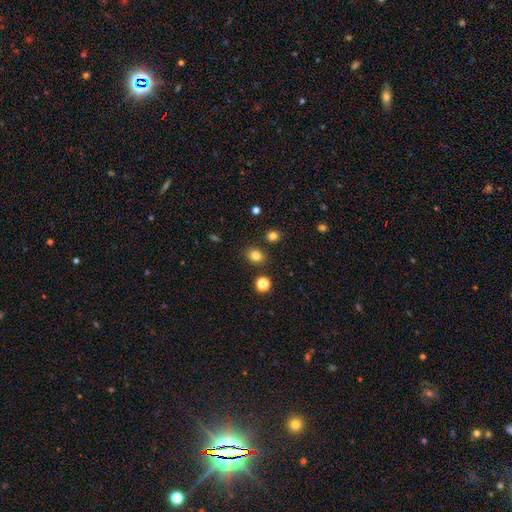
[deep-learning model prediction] smooth_or_featured: smooth (p=0.80) [alt: star or artifact p=0.14]
how_rounded: round (p=0.62) [alt: in between p=0.37]
merging: none (p=0.85) [alt: minor disturbance p=0.08]